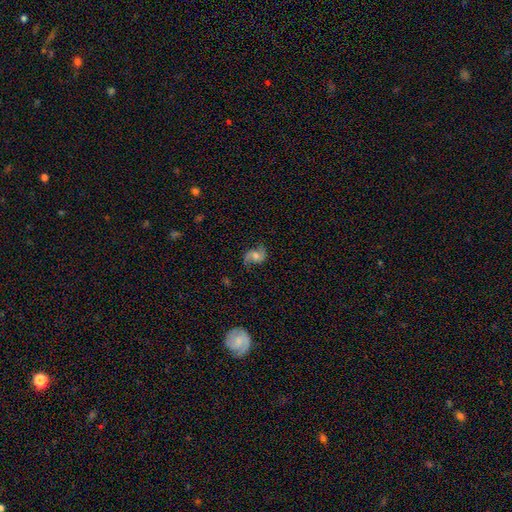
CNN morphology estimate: The model was most divided on "bar": no: 55%, weak: 35%, strong: 10%. More confident: edge-on disk — no (97%); spiral arms — yes (94%); spiral arm count — 2 (91%); merging — none (75%); smooth or featured — featured or disk (74%); spiral winding — loose (59%); bulge size — moderate (57%).